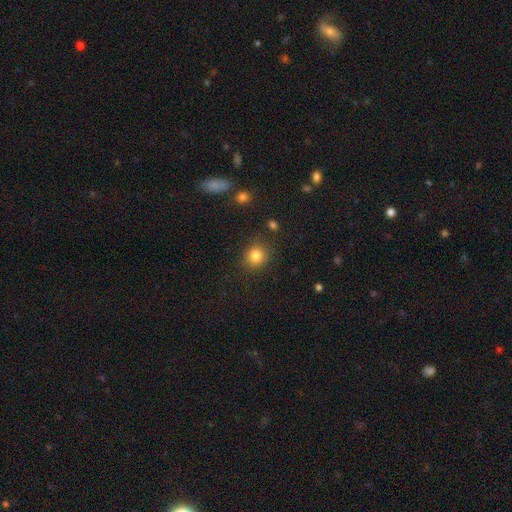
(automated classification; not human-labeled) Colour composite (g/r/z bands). It shows a smooth galaxy with no disk features (83%) that is round (83%). Merging: none (84%).